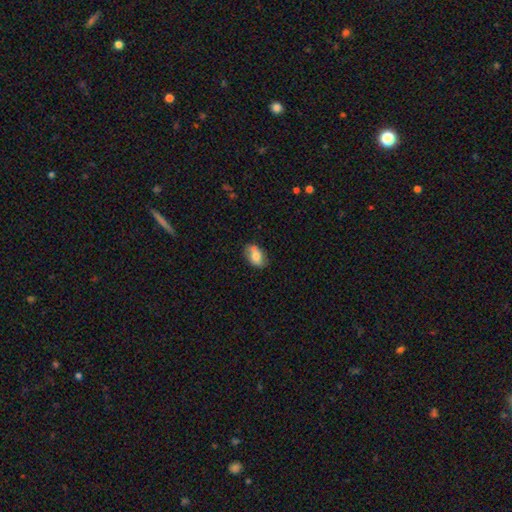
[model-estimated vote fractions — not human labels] A smooth galaxy with no disk features (64%) that is in between round and cigar-shaped (87%).

Vote fractions:
- Smooth or featured? smooth: 64% / featured or disk: 28% / star or artifact: 8%
- How rounded? in between: 87% / round: 11% / cigar-shaped: 2%
- Merging? none: 70% / minor disturbance: 22% / major disturbance: 5% / merger: 3%